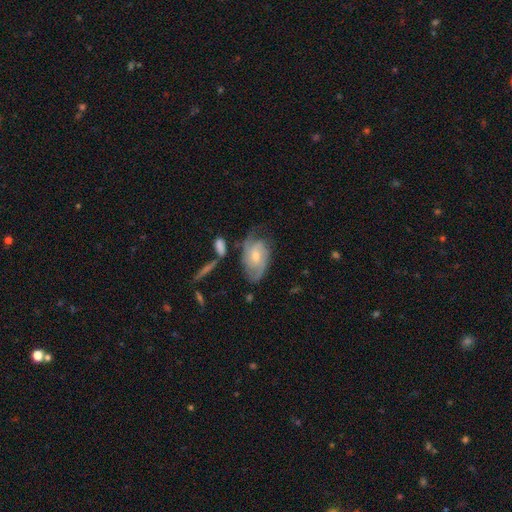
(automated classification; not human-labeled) featured or disk 75%, smooth 19%, star or artifact 6%. Down the decision tree: edge-on disk — no (95%); bar — no (53%); spiral arms — yes (93%); spiral arm count — 2 (54%); spiral winding — medium (42%, tied with tight); bulge size — moderate (50%); merging — none (60%).